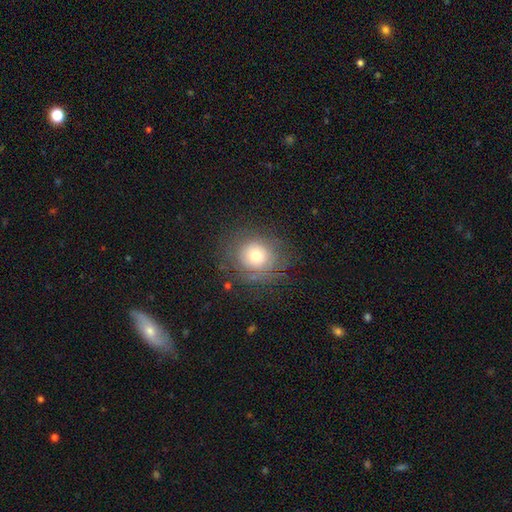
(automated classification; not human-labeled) The model was most divided on "smooth or featured": smooth: 58%, featured or disk: 29%, star or artifact: 13%. More confident: how rounded — round (81%); merging — none (74%).